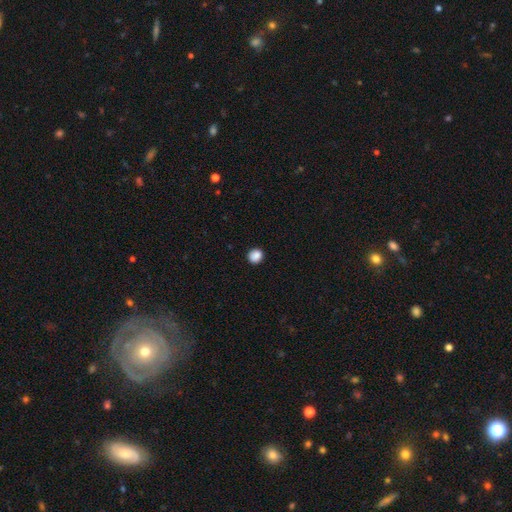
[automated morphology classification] Smooth or featured: smooth — 88% (star or artifact — 9%)
How rounded: round — 86% (in between — 13%)
Merging: none — 91% (minor disturbance — 6%)